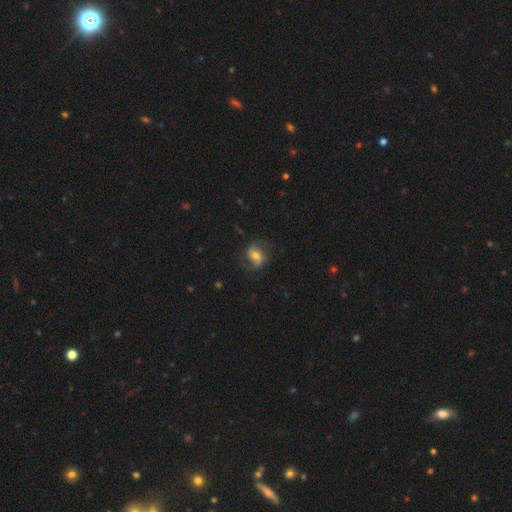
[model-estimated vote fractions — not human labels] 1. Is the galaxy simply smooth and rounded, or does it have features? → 57% featured or disk, 34% smooth, 8% star or artifact.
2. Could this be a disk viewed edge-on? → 96% no, 4% yes.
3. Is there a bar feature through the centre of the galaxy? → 39% weak, 34% no, 26% strong.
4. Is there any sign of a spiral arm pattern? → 86% yes, 14% no.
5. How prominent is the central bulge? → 63% moderate, 22% small, 11% large, 2% none, 2% dominant.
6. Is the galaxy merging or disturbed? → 68% none, 19% minor disturbance, 13% major disturbance, 1% merger.